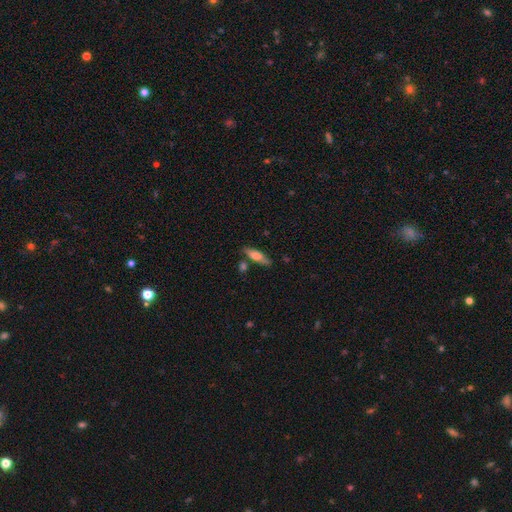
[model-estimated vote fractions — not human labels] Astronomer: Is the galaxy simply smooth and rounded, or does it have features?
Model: smooth — 63%.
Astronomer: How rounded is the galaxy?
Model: cigar-shaped — 62%.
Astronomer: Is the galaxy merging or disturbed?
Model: none — 72%.